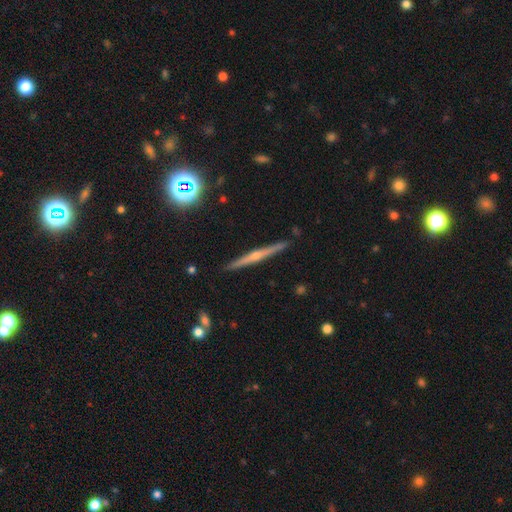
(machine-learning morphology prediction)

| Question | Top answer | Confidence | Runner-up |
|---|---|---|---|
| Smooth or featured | featured or disk | 76% | smooth (16%) |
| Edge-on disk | yes | 98% | no (2%) |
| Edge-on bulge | rounded | 83% | none (12%) |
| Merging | none | 91% | minor disturbance (6%) |